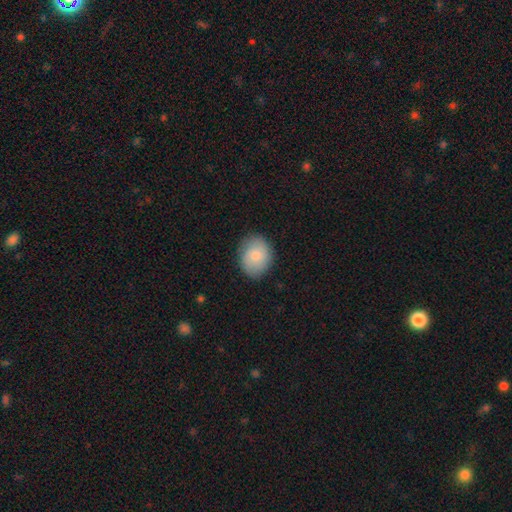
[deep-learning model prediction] Q: Smooth or featured?
A: smooth (80%); runner-up: featured or disk (14%)
Q: How rounded?
A: in between (54%); runner-up: round (45%)
Q: Merging?
A: none (83%); runner-up: minor disturbance (13%)